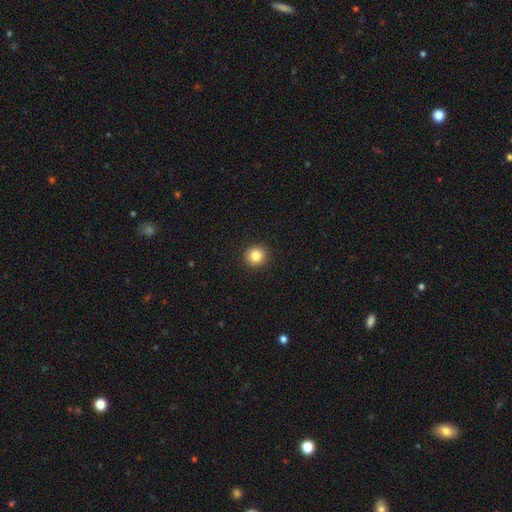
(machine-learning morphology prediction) smooth 84%, star or artifact 11%, featured or disk 6%. Down the decision tree: how rounded — round (94%); merging — none (93%).